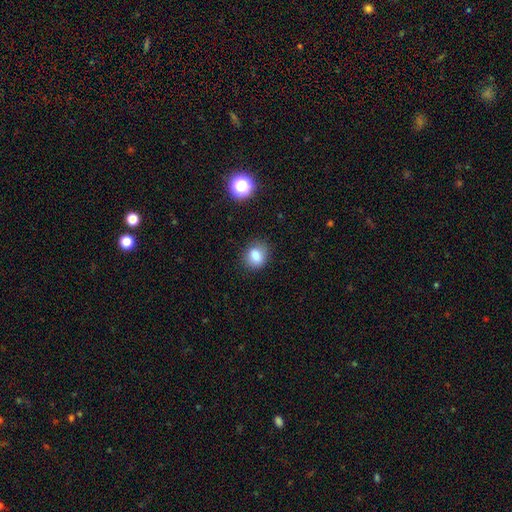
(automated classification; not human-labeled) Smooth or featured?
  - smooth: 83% *
  - star or artifact: 11%
  - featured or disk: 6%
How rounded?
  - round: 61% *
  - in between: 38%
  - cigar-shaped: 1%
Merging?
  - none: 79% *
  - minor disturbance: 15%
  - major disturbance: 4%
  - merger: 2%